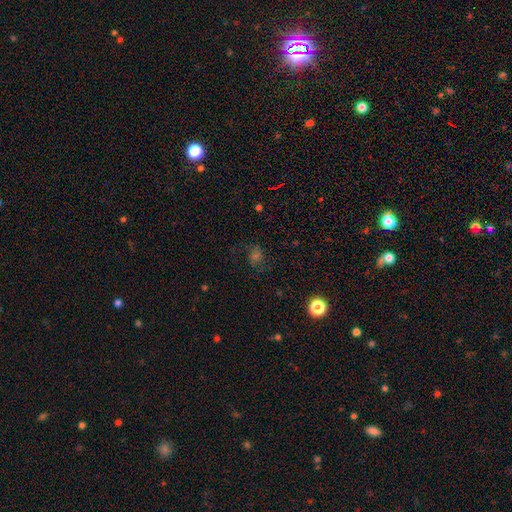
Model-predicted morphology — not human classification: Q: Smooth or featured?
A: smooth (38%); runner-up: star or artifact (36%)
Q: Merging?
A: none (69%); runner-up: minor disturbance (16%)